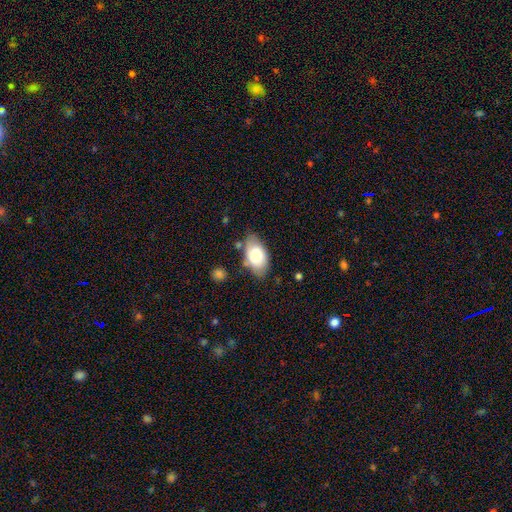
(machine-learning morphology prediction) Smooth or featured?
  - smooth: 81% *
  - featured or disk: 12%
  - star or artifact: 7%
How rounded?
  - in between: 94% *
  - round: 5%
  - cigar-shaped: 2%
Merging?
  - none: 68% *
  - minor disturbance: 22%
  - major disturbance: 6%
  - merger: 4%